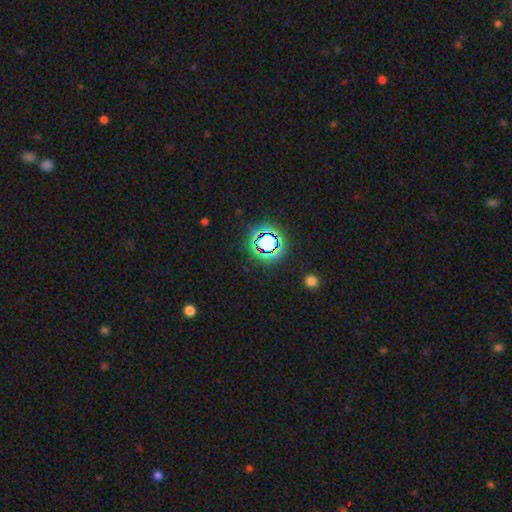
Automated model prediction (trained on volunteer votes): Smooth or featured?
  - star or artifact: 77% *
  - smooth: 15%
  - featured or disk: 8%